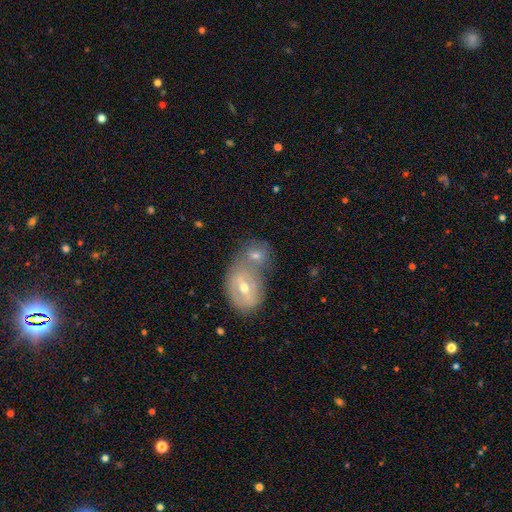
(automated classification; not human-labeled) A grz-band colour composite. It shows a smooth galaxy with no disk features (50%). Merging: merger (61%).